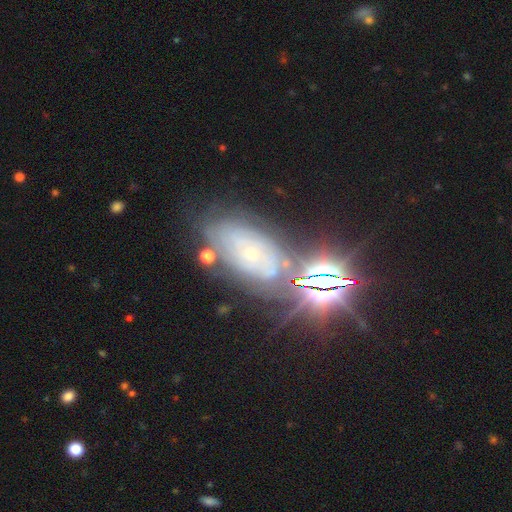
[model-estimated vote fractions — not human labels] Morphology: type=featured or disk (44%); merging=none (71%).